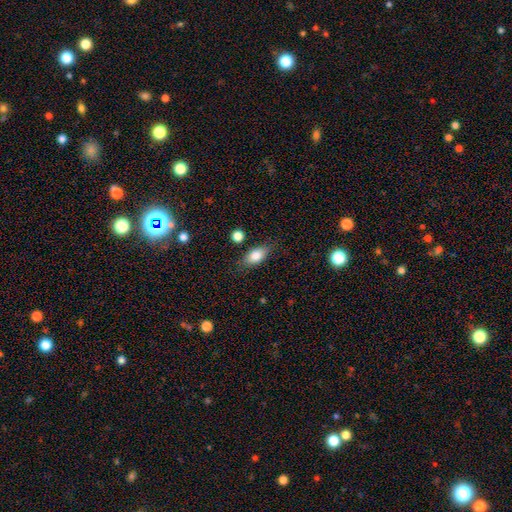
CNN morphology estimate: Smooth or featured? smooth (81%)
How rounded? in between (84%)
Merging? none (78%)